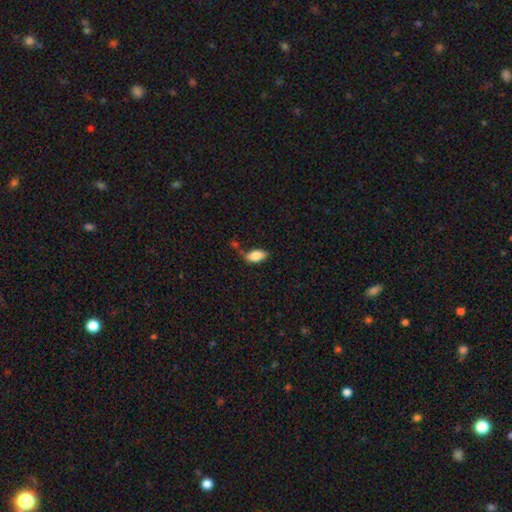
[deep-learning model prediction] Smooth or featured: smooth — 83% (featured or disk — 9%)
How rounded: in between — 92% (round — 4%)
Merging: none — 48% (minor disturbance — 24%)